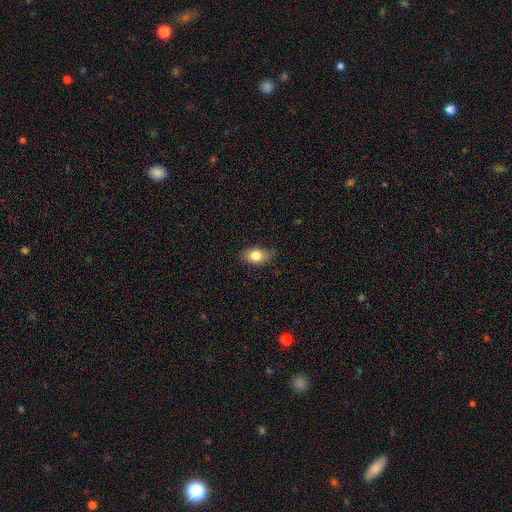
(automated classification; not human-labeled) Smooth or featured? smooth (81%)
How rounded? in between (80%)
Merging? none (77%)